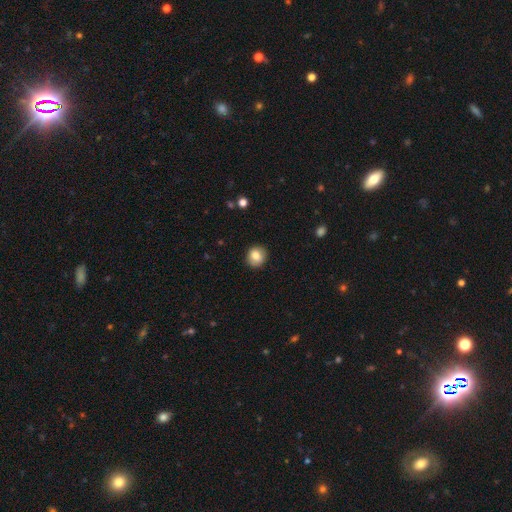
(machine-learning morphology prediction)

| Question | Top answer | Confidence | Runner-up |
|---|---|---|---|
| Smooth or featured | smooth | 80% | featured or disk (11%) |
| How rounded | round | 82% | in between (17%) |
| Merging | none | 89% | minor disturbance (8%) |